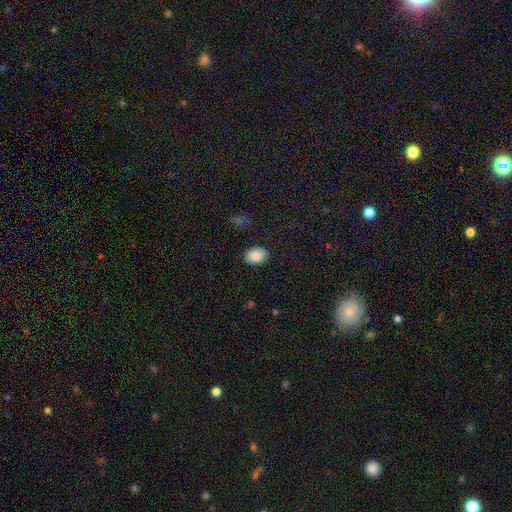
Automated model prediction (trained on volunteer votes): Smooth or featured? Predicted: smooth (p=0.87). How rounded? Predicted: in between (p=0.81). Merging? Predicted: none (p=0.87).